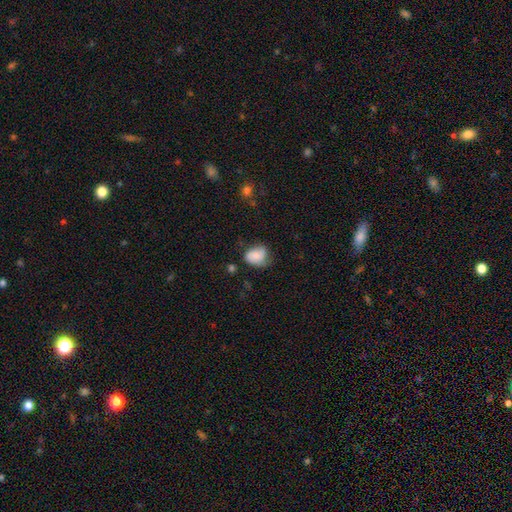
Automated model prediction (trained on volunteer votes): A smooth galaxy with no disk features (73%) that is in between round and cigar-shaped (57%).

Vote fractions:
- Smooth or featured? smooth: 73% / featured or disk: 19% / star or artifact: 8%
- How rounded? in between: 57% / round: 42% / cigar-shaped: 1%
- Merging? none: 46% / minor disturbance: 36% / major disturbance: 14% / merger: 3%